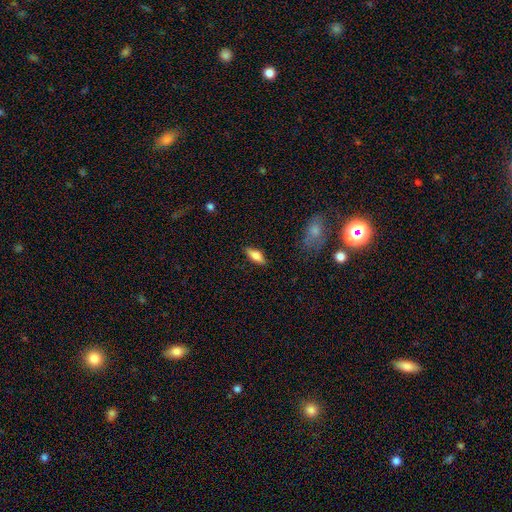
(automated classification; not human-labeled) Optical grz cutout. It shows a smooth galaxy with no disk features (75%) that is in between round and cigar-shaped (71%). Merging: none (85%).